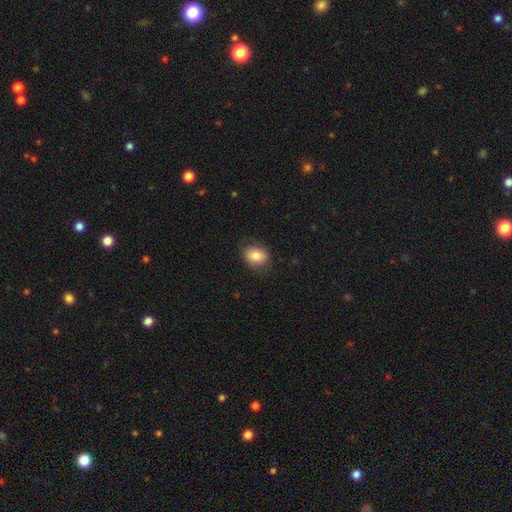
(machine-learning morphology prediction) A smooth galaxy with no disk features (83%) that is in between round and cigar-shaped (54%). Merging: none (81%).